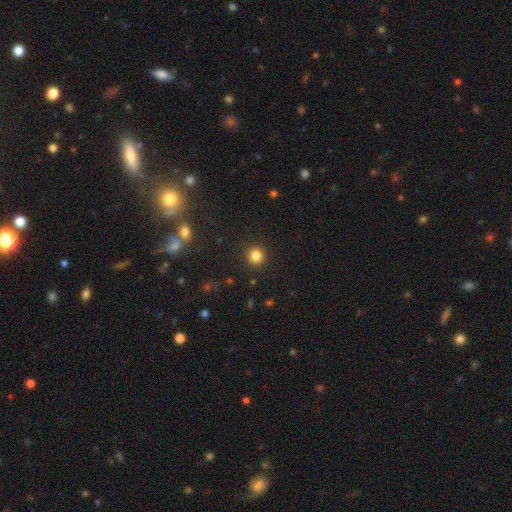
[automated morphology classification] A smooth galaxy with no disk features (83%) that is round (93%).

Vote fractions:
- Smooth or featured? smooth: 83% / star or artifact: 12% / featured or disk: 4%
- How rounded? round: 93% / in between: 6% / cigar-shaped: 1%
- Merging? none: 91% / minor disturbance: 5% / major disturbance: 2% / merger: 1%